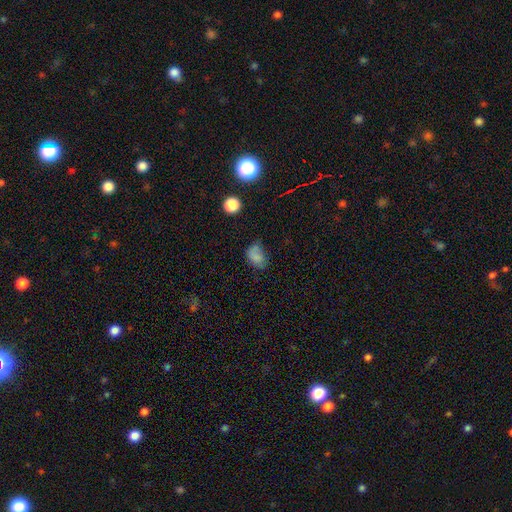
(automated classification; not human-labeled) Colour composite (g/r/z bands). It shows a smooth galaxy with no disk features (76%) that is in between round and cigar-shaped (75%). Merging: none (46%).